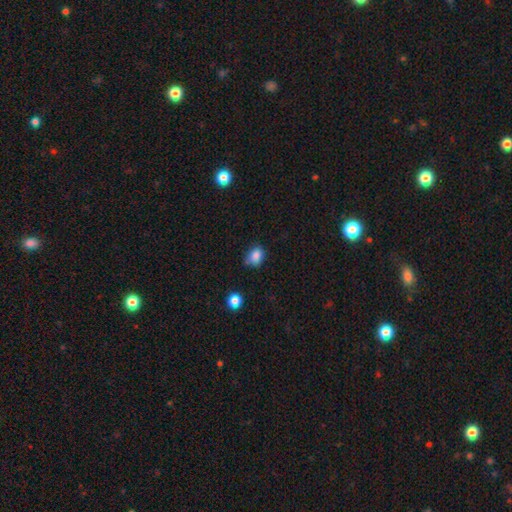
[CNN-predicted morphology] A smooth galaxy with no disk features (84%) that is in between round and cigar-shaped (54%). Merging: none (59%).